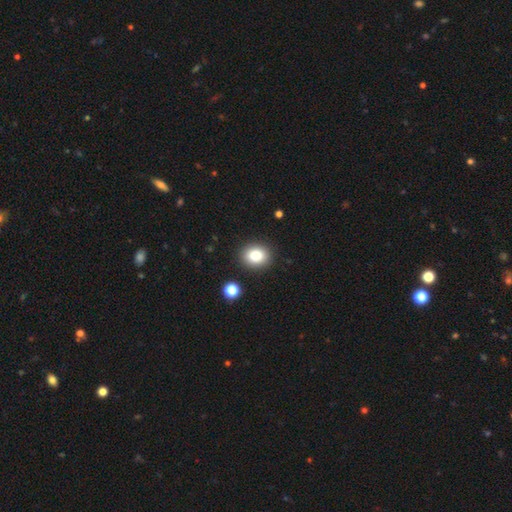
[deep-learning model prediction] Morphology: type=smooth (82%); roundness=round (61%); merging=none (89%).